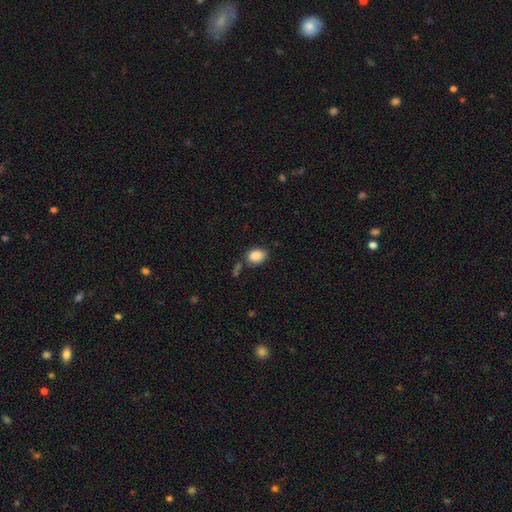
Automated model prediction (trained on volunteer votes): A smooth galaxy with no disk features (87%) that is in between round and cigar-shaped (66%).

Vote fractions:
- Smooth or featured? smooth: 87% / star or artifact: 8% / featured or disk: 4%
- How rounded? in between: 66% / round: 33% / cigar-shaped: 1%
- Merging? none: 69% / minor disturbance: 17% / merger: 9% / major disturbance: 5%